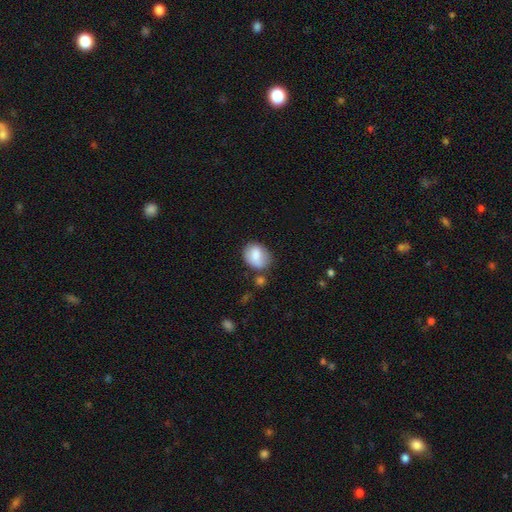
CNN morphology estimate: type=smooth (79%); roundness=in between (53%); merging=none (55%).